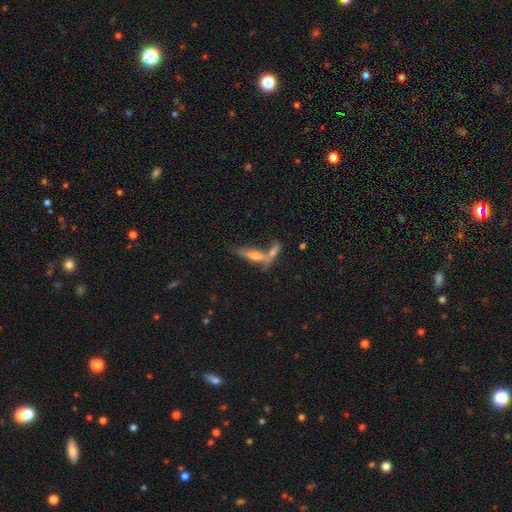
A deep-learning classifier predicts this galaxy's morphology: Overall: featured or disk (48%; smooth 42%). Merging: none (43%; merger 41%).